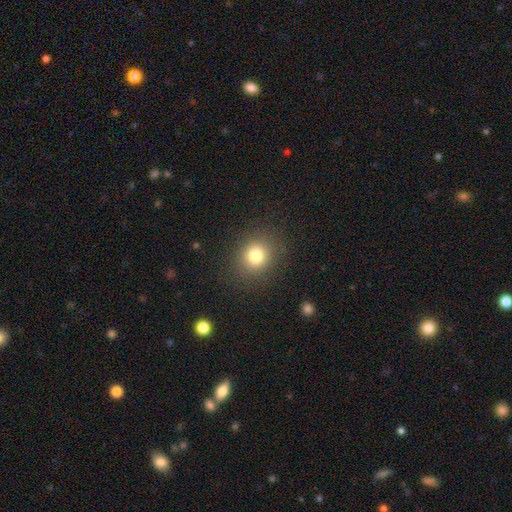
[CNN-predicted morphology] smooth-or-featured: smooth: 80% | star or artifact: 13% | featured or disk: 7%
  how-rounded: round: 80% | in between: 19% | cigar-shaped: 1%
  merging: none: 87% | minor disturbance: 8% | major disturbance: 4% | merger: 1%